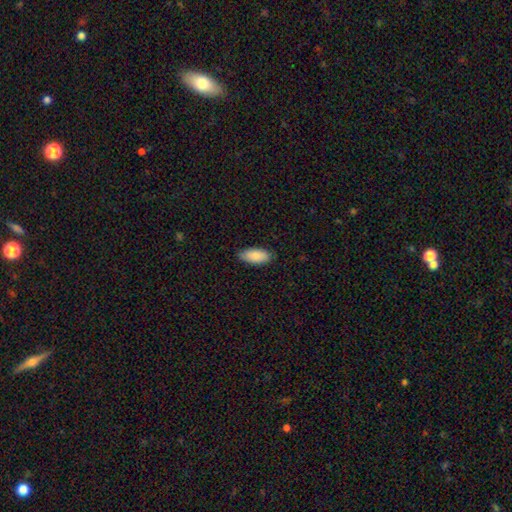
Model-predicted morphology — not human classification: Smooth or featured? smooth (86%)
How rounded? in between (90%)
Merging? none (80%)